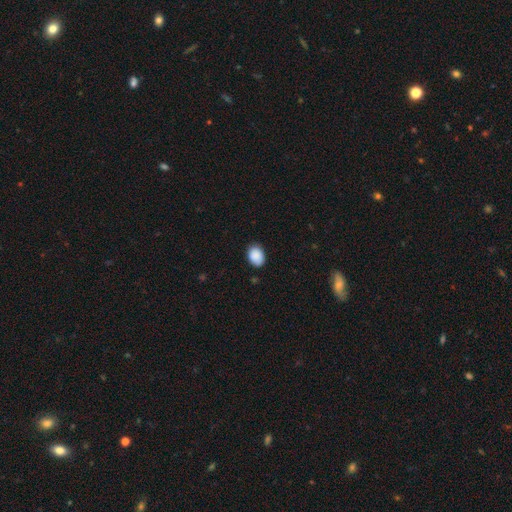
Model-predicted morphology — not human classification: Smooth or featured?
  - smooth: 89% *
  - star or artifact: 7%
  - featured or disk: 4%
How rounded?
  - in between: 73% *
  - round: 26%
  - cigar-shaped: 1%
Merging?
  - none: 79% *
  - minor disturbance: 17%
  - major disturbance: 3%
  - merger: 1%